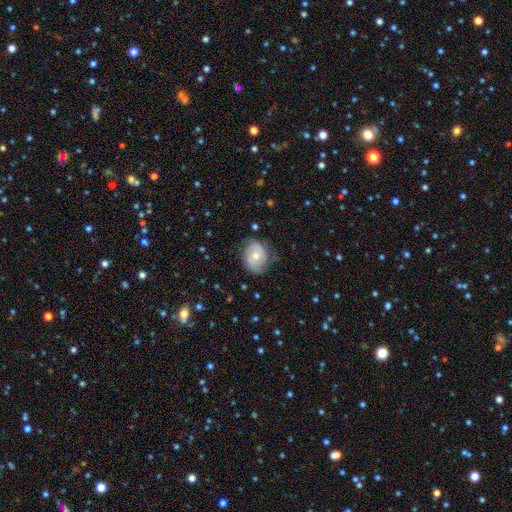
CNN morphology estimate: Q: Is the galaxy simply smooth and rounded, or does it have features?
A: featured or disk — 76%.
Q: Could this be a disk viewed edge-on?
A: no — 98%.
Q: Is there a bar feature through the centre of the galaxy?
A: no — 66%.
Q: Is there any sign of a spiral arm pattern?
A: yes — 94%.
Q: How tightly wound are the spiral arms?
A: tight — 45%.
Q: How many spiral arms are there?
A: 2 — 69%.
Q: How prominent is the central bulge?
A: moderate — 49%.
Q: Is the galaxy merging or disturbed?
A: none — 73%.